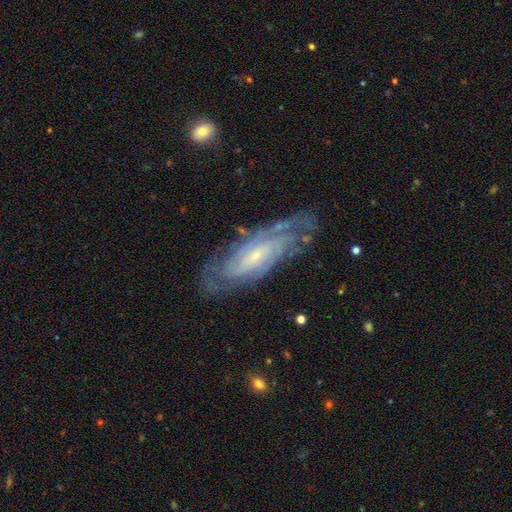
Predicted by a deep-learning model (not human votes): Morphology: type=featured or disk (83%); edge-on=no (88%); bar=no (51%); spiral arms=yes (95%); winding=tight (66%); arm count=can't tell (40%); bulge=small (73%); merging=none (74%).